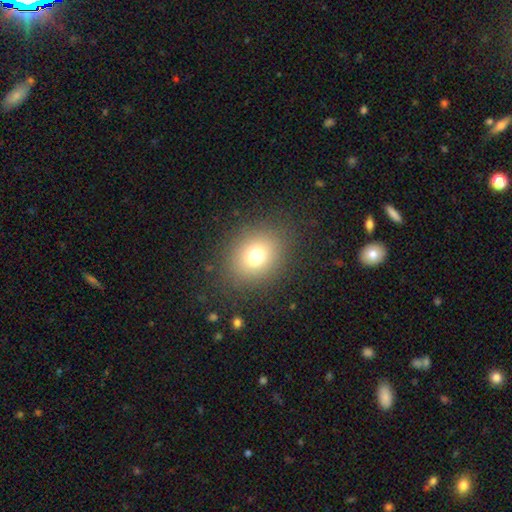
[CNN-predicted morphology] type=smooth (73%); roundness=round (60%); merging=none (85%).